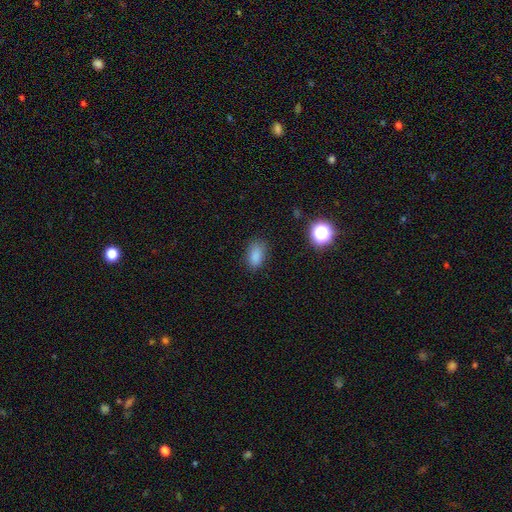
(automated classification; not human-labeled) This is clearly a smooth galaxy (84%). How rounded: clearly in between (89%). Merging: clearly none (80%).